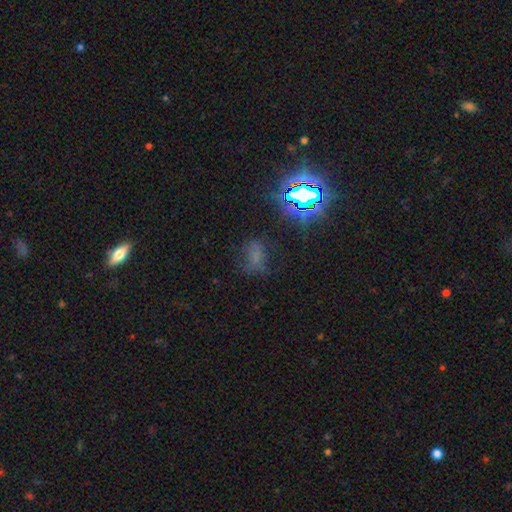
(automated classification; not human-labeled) Smooth or featured? smooth (44%)
Merging? none (52%)